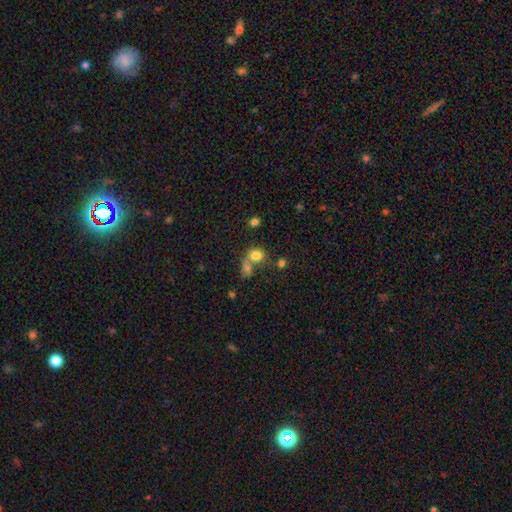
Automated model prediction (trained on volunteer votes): Smooth or featured: smooth — 77% (star or artifact — 12%)
How rounded: round — 60% (in between — 39%)
Merging: merger — 47% (none — 35%)